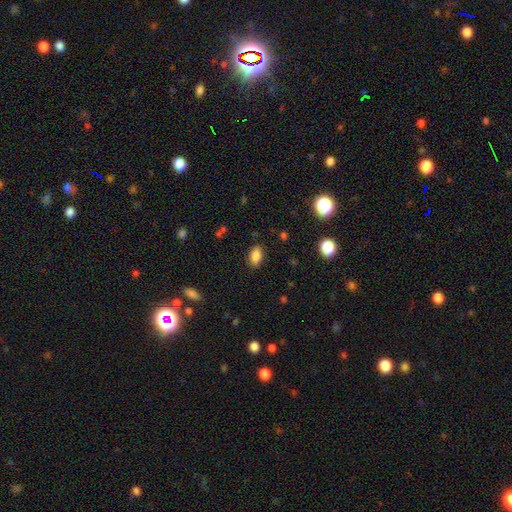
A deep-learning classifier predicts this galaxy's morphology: Smooth or featured? smooth (85%)
How rounded? in between (91%)
Merging? none (86%)